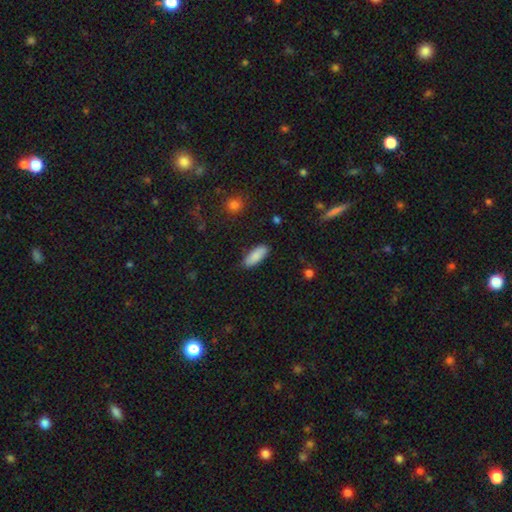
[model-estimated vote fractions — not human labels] This appears to be a smooth galaxy with no disk features (87%) that is in between round and cigar-shaped (74%). Merging: none (85%).